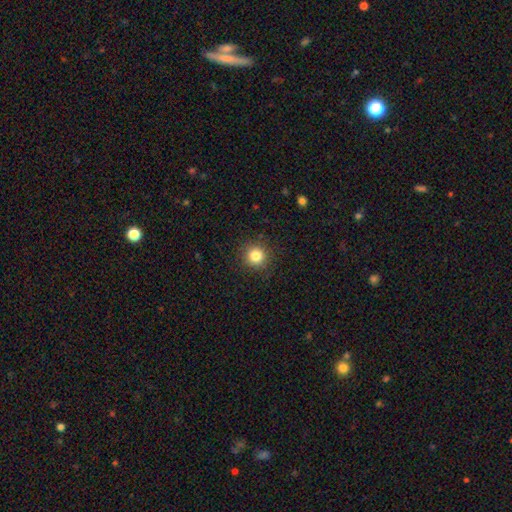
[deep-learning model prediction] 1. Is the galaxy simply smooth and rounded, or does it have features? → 83% smooth, 12% star or artifact, 5% featured or disk.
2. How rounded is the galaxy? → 94% round, 5% in between, 1% cigar-shaped.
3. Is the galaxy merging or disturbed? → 90% none, 7% minor disturbance, 2% major disturbance, 1% merger.